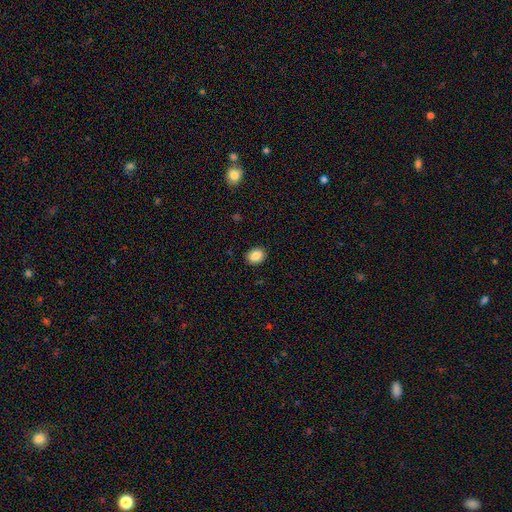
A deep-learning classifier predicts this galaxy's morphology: The model was most divided on "how rounded": in between: 51%, round: 48%, cigar-shaped: 1%. More confident: merging — none (90%); smooth or featured — smooth (88%).